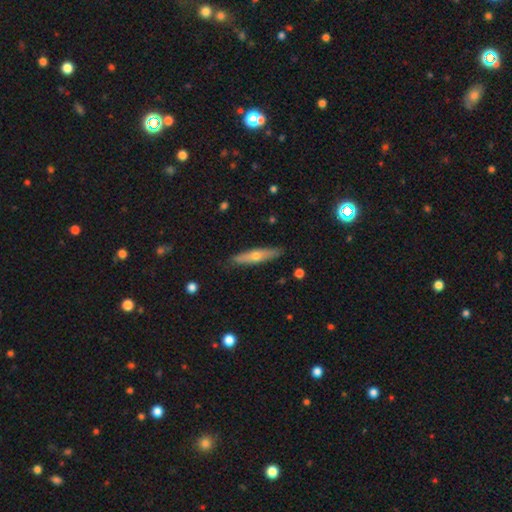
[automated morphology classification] type=featured or disk (48%); merging=none (87%).